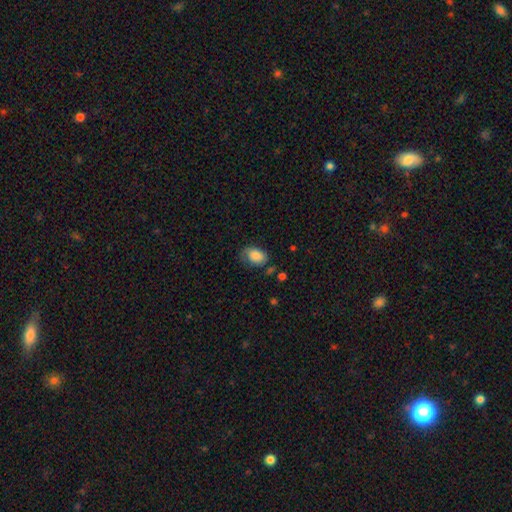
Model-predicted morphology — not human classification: The model was most divided on "merging": none: 57%, minor disturbance: 30%, major disturbance: 10%, merger: 3%. More confident: how rounded — in between (84%); smooth or featured — smooth (84%).